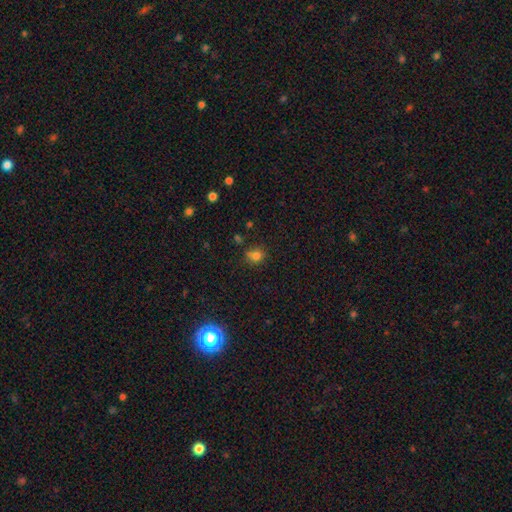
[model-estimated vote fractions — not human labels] Smooth or featured?
  - smooth: 78% *
  - star or artifact: 15%
  - featured or disk: 6%
How rounded?
  - round: 68% *
  - in between: 31%
  - cigar-shaped: 1%
Merging?
  - none: 69% *
  - minor disturbance: 20%
  - merger: 6%
  - major disturbance: 5%